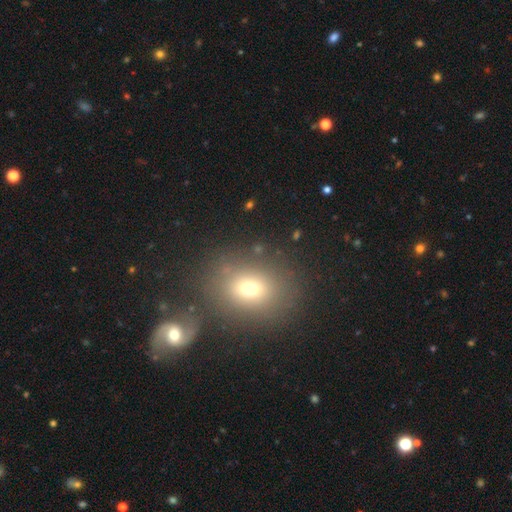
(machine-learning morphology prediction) This appears to be a smooth galaxy with no disk features (58%) that is round (55%). Merging: none (70%).